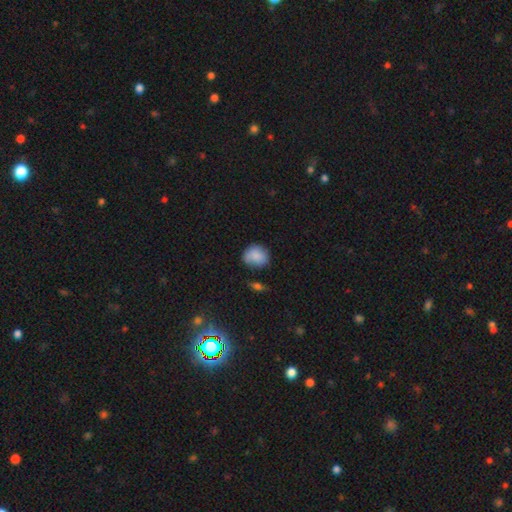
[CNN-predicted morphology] This is clearly a smooth galaxy (84%). How rounded: likely round (78%). Merging: likely none (67%).